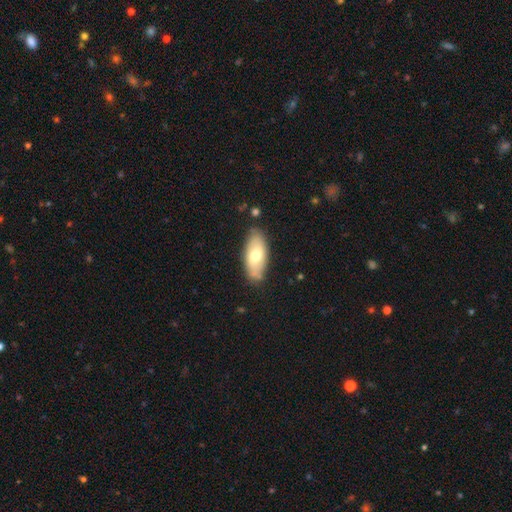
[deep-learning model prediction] This appears to be a smooth galaxy with no disk features (62%) that is in between round and cigar-shaped (84%). Merging: none (78%).